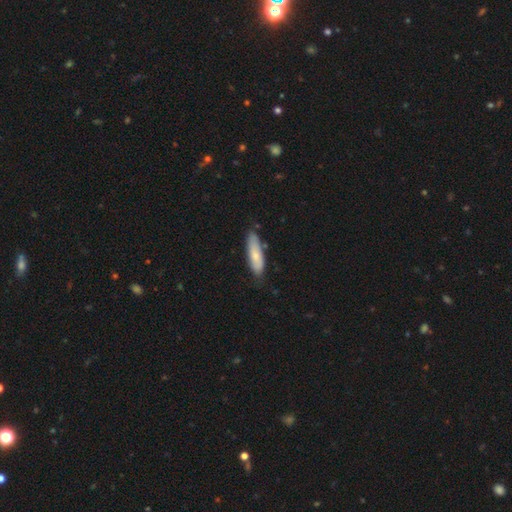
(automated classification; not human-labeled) Smooth or featured? Predicted: smooth (p=0.71). How rounded? Predicted: cigar-shaped (p=0.51). Merging? Predicted: none (p=0.74).